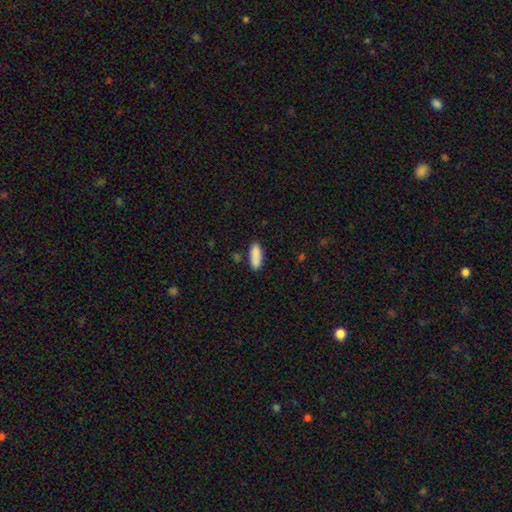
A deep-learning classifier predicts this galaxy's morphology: Overall: smooth (89%). How rounded: in between (72%). Merging: none (81%).